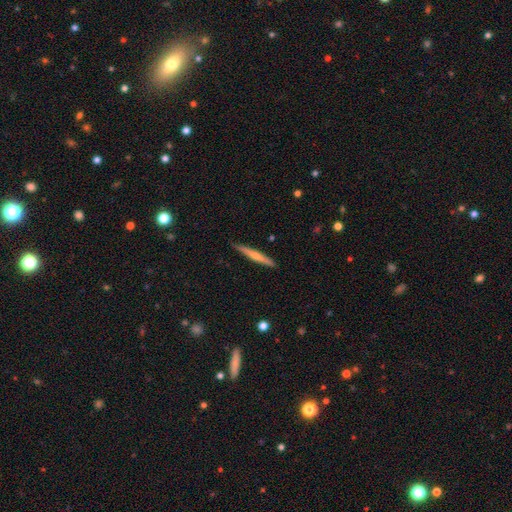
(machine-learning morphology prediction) smooth-or-featured: smooth: 50% | featured or disk: 45% | star or artifact: 6%
  merging: none: 89% | minor disturbance: 8% | major disturbance: 1% | merger: 1%